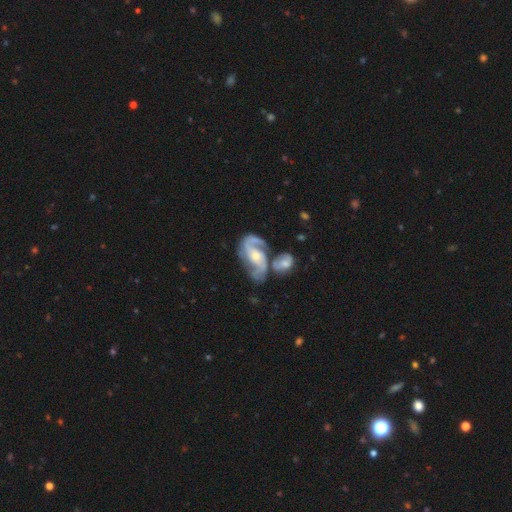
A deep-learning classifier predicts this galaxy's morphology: Smooth or featured? featured or disk (88%)
Edge-on disk? no (97%)
Bar? no (46%)
Spiral arms? yes (96%)
Spiral winding? medium (53%)
Spiral arm count? 2 (82%)
Bulge size? moderate (49%)
Merging? none (38%)